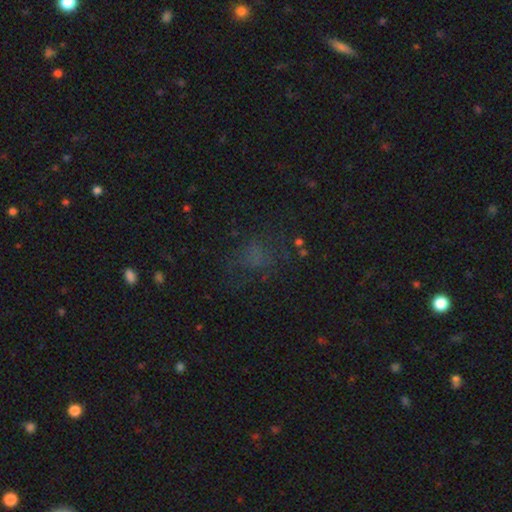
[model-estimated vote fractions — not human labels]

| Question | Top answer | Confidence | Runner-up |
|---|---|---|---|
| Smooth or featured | smooth | 49% | star or artifact (33%) |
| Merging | none | 58% | major disturbance (21%) |